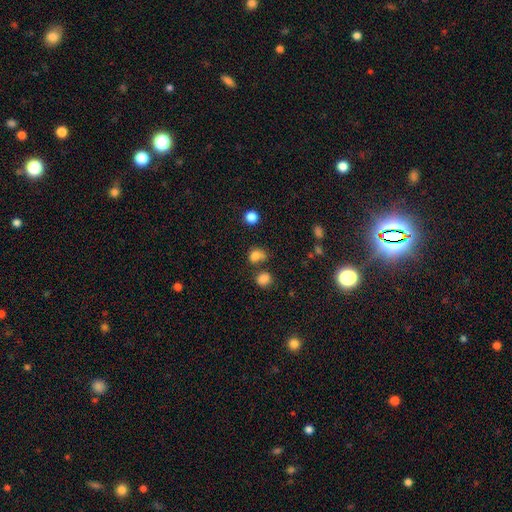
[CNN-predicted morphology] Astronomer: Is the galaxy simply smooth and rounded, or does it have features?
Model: smooth — 79%.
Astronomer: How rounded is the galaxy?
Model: round — 60% (runner-up: in between, 39%).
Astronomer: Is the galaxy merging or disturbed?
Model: none — 50% (runner-up: merger, 28%).